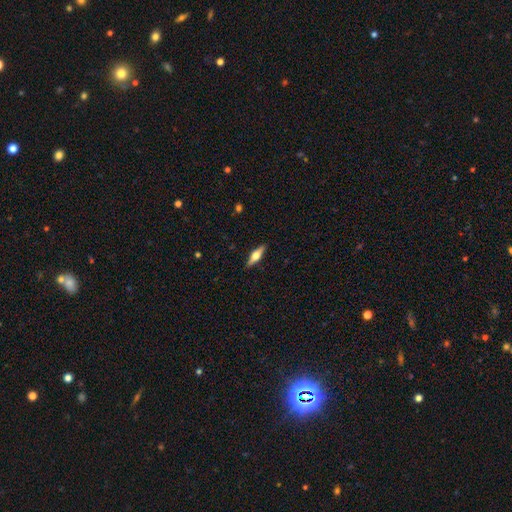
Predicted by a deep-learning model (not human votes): The model was most divided on "smooth or featured": featured or disk: 57%, smooth: 37%, star or artifact: 6%. More confident: edge-on disk — yes (95%); edge-on bulge — rounded (92%); merging — none (90%).